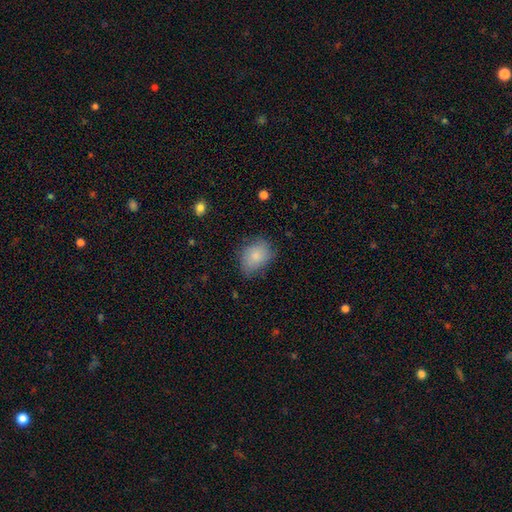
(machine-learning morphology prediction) The model was most divided on "how rounded": in between: 69%, round: 30%, cigar-shaped: 1%. More confident: smooth or featured — smooth (82%); merging — none (65%).